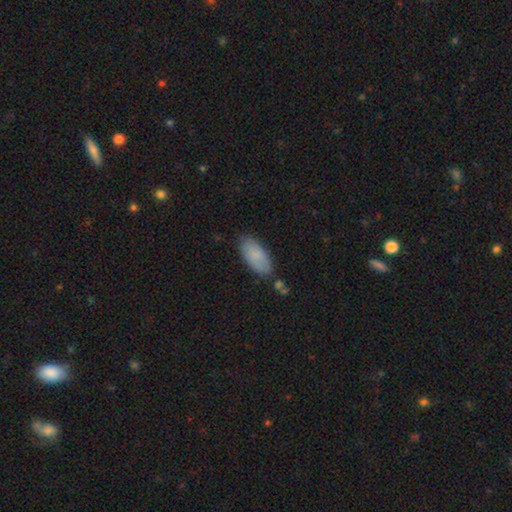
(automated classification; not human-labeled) Smooth or featured: smooth — 83% (featured or disk — 10%)
How rounded: in between — 90% (cigar-shaped — 8%)
Merging: none — 74% (minor disturbance — 18%)